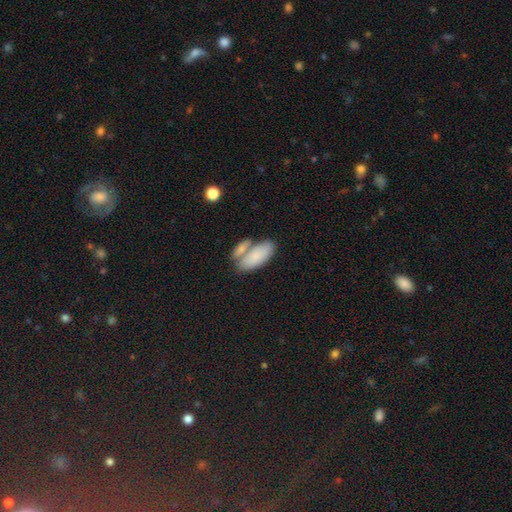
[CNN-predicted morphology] This appears to be a smooth galaxy with no disk features (79%) that is in between round and cigar-shaped (88%). Merging: merger (43%).